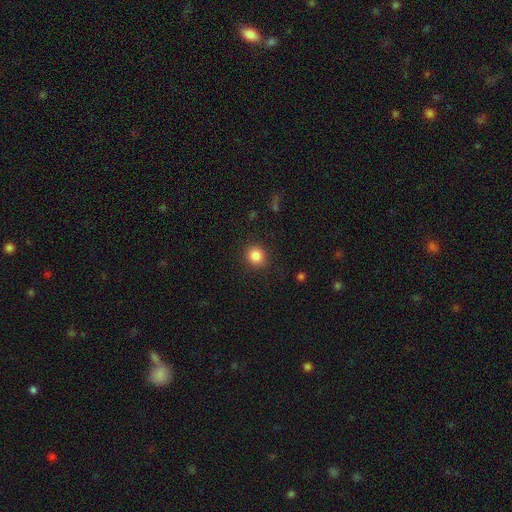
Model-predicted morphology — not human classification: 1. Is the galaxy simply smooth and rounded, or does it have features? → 85% smooth, 10% star or artifact, 4% featured or disk.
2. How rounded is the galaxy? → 85% round, 14% in between, 1% cigar-shaped.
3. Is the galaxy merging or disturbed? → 89% none, 7% minor disturbance, 3% major disturbance, 1% merger.